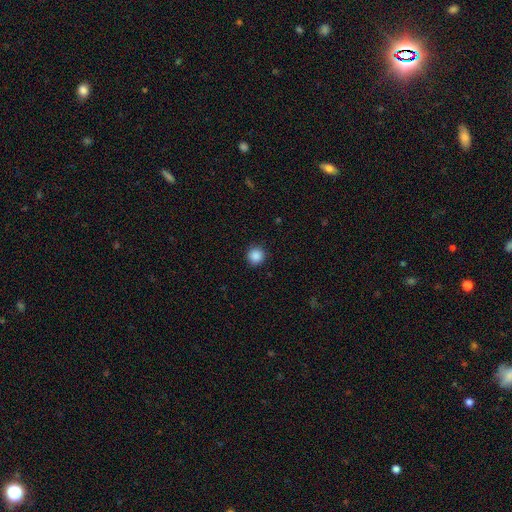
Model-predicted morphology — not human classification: This is clearly a smooth galaxy (87%). How rounded: clearly round (95%). Merging: clearly none (91%).